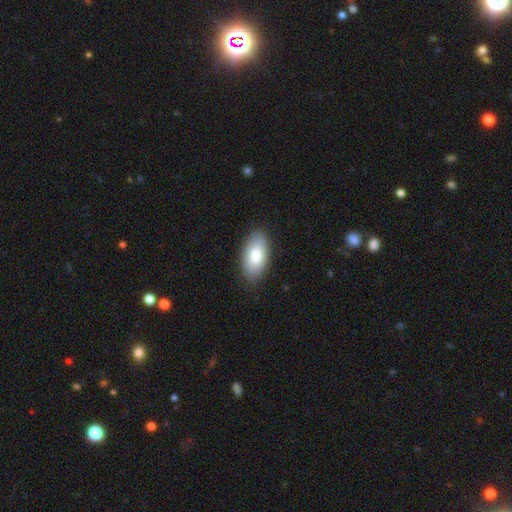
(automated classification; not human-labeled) Morphology: type=smooth (81%); roundness=in between (94%); merging=none (84%).